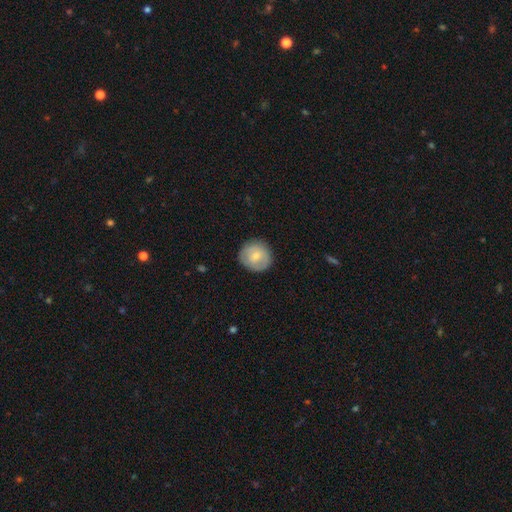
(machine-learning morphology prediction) The model was most divided on "smooth or featured": smooth: 69%, featured or disk: 24%, star or artifact: 7%. More confident: how rounded — round (90%); merging — none (84%).